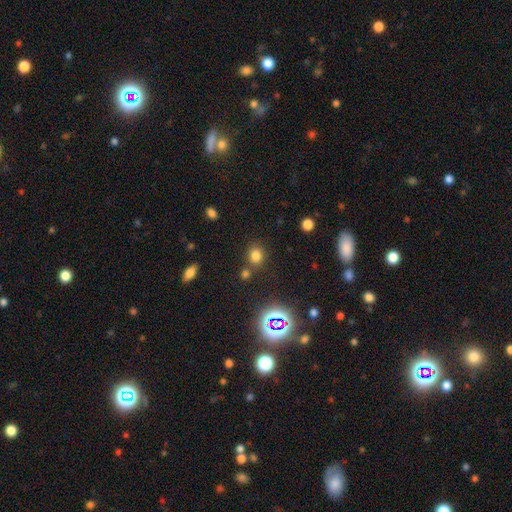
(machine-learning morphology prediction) Smooth or featured: smooth — 75% (star or artifact — 19%)
How rounded: round — 70% (in between — 28%)
Merging: none — 71% (merger — 14%)